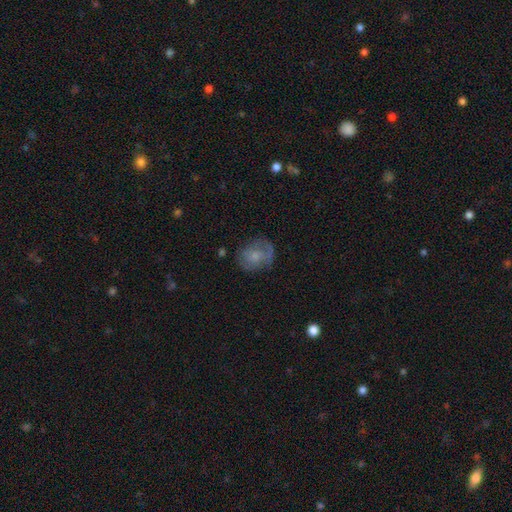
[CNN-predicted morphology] Smooth or featured? Predicted: smooth (p=0.53). How rounded? Predicted: round (p=0.54). Merging? Predicted: none (p=0.59).